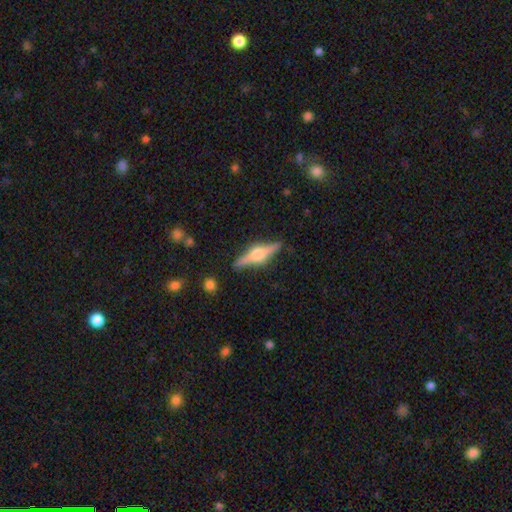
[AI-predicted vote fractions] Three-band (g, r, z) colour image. It shows a featured or disk galaxy (78%) viewed edge-on (97%) with a rounded central bulge (93%). Merging: none (88%).